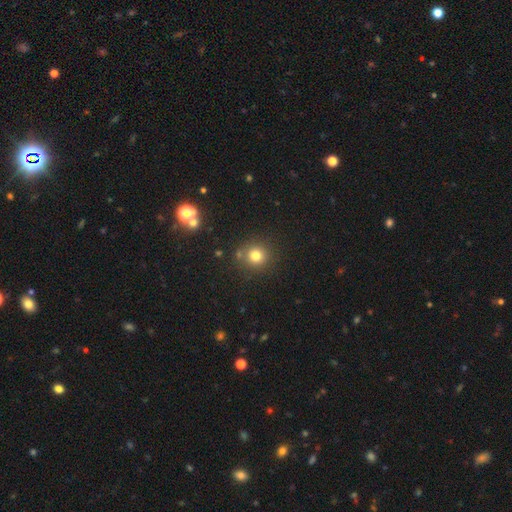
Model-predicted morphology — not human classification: smooth_or_featured: smooth (p=0.78) [alt: star or artifact p=0.15]
how_rounded: round (p=0.91) [alt: in between p=0.08]
merging: none (p=0.80) [alt: minor disturbance p=0.09]